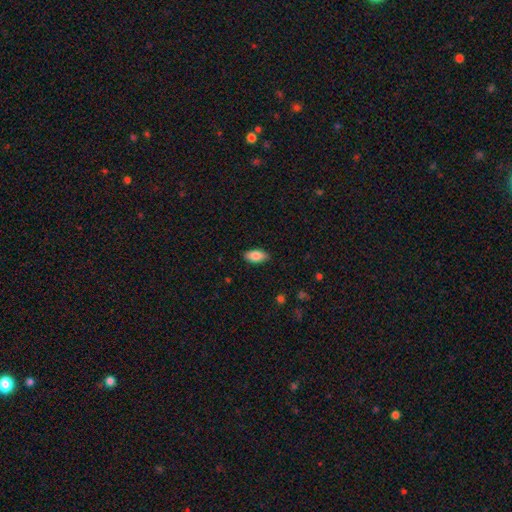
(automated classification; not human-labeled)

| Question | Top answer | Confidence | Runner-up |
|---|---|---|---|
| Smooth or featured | smooth | 85% | featured or disk (8%) |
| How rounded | in between | 90% | cigar-shaped (7%) |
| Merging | none | 88% | minor disturbance (9%) |